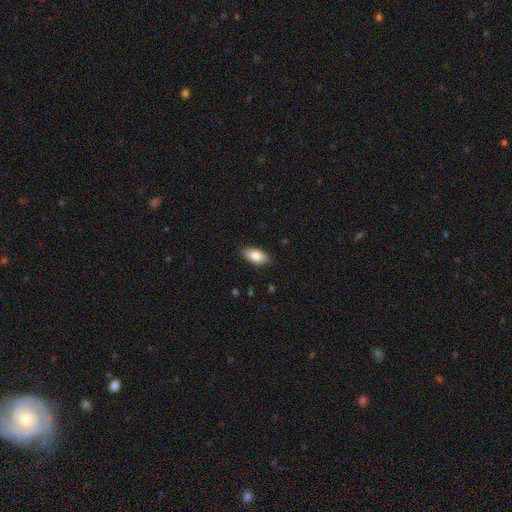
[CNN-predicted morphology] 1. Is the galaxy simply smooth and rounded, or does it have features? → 82% smooth, 11% featured or disk, 7% star or artifact.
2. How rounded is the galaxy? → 90% in between, 7% cigar-shaped, 3% round.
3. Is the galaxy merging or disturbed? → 86% none, 11% minor disturbance, 2% major disturbance, 1% merger.